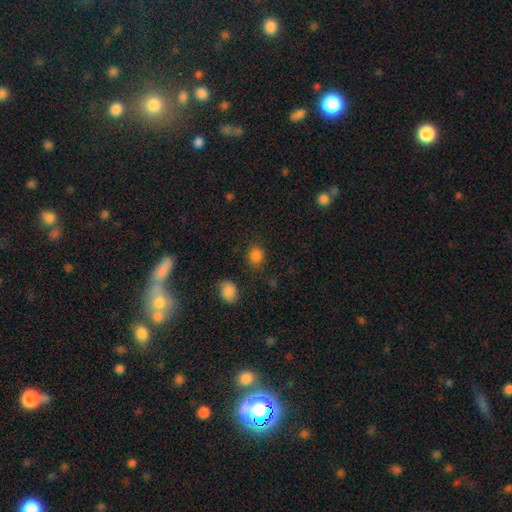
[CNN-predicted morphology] Smooth or featured: smooth — 84% (star or artifact — 12%)
How rounded: round — 62% (in between — 37%)
Merging: none — 80% (minor disturbance — 13%)